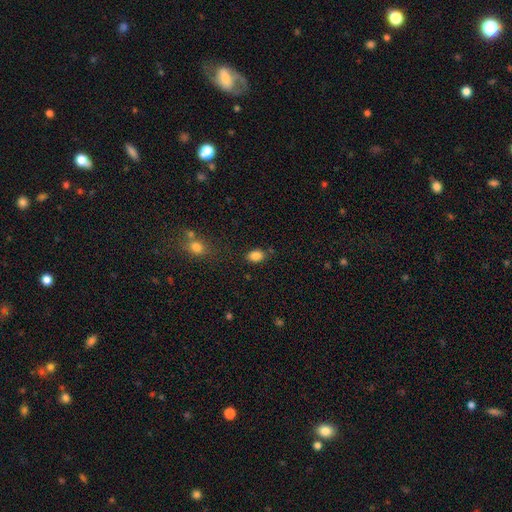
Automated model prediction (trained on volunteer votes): The model was most divided on "how rounded": in between: 76%, round: 23%, cigar-shaped: 1%. More confident: smooth or featured — smooth (85%); merging — none (78%).